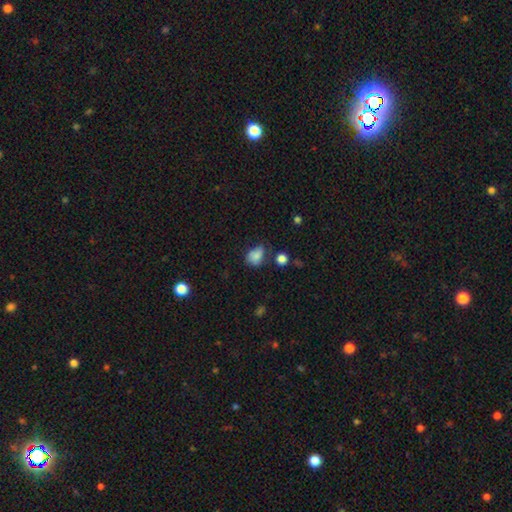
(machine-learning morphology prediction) type=smooth (77%); roundness=in between (67%); merging=none (46%).